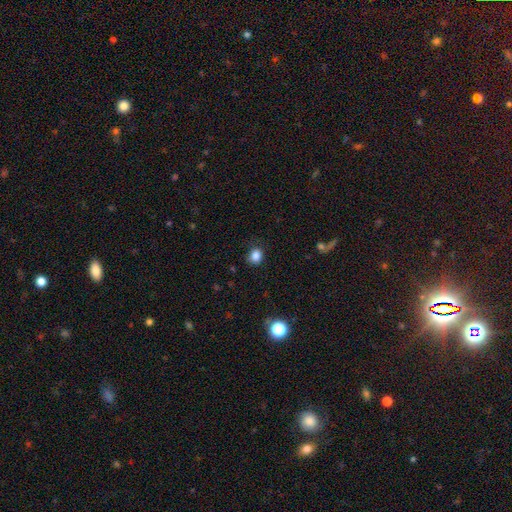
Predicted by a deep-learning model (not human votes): This is clearly a smooth galaxy (84%). How rounded: likely round (71%). Merging: clearly none (83%).